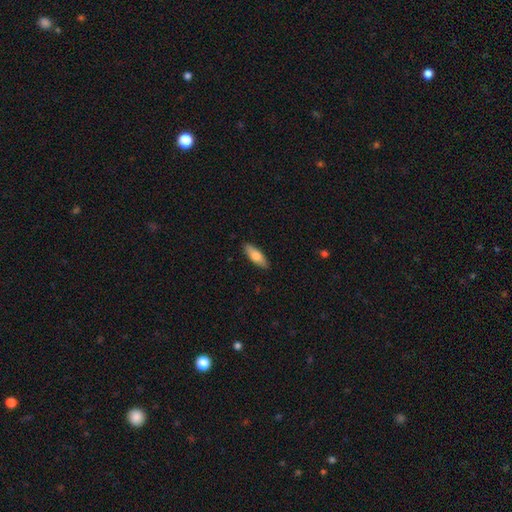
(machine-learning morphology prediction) This appears to be a smooth galaxy with no disk features (73%) that is in between round and cigar-shaped (62%). Merging: none (88%).